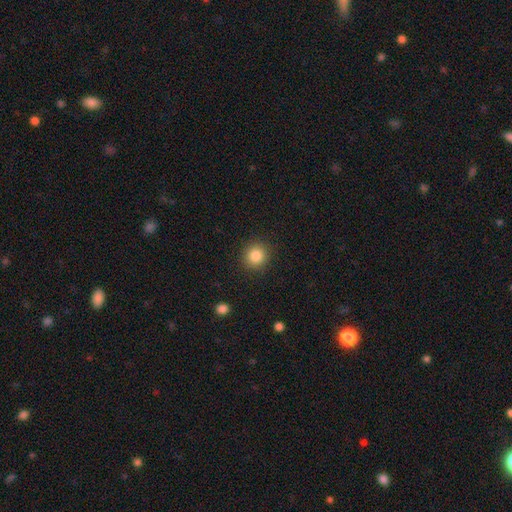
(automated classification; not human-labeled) This is clearly a smooth galaxy (84%). How rounded: clearly round (91%). Merging: clearly none (90%).